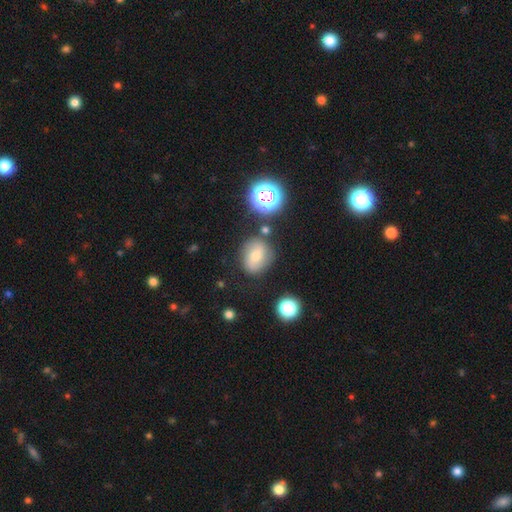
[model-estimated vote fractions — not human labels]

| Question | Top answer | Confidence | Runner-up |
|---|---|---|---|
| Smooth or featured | smooth | 59% | featured or disk (27%) |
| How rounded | round | 61% | in between (38%) |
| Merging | none | 73% | minor disturbance (16%) |